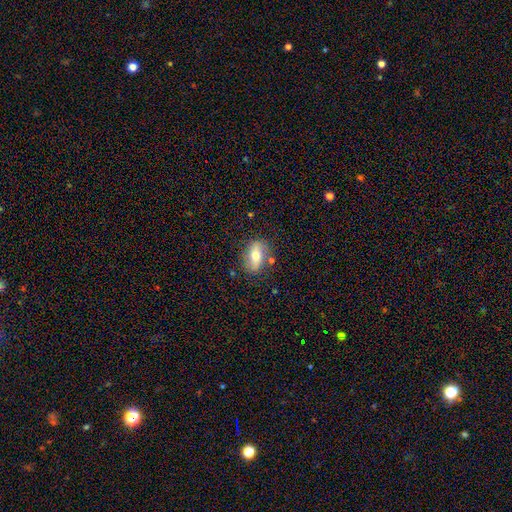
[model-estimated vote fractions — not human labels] Overall: smooth (60%; featured or disk 33%). How rounded: in between (83%). Merging: none (77%).